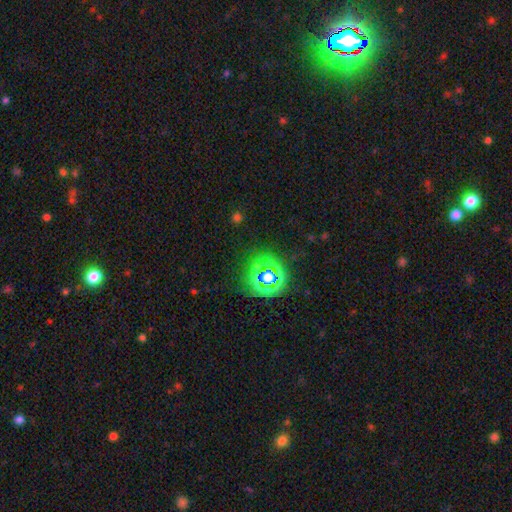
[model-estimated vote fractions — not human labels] This is likely a star or artifact rather than a galaxy (63%).